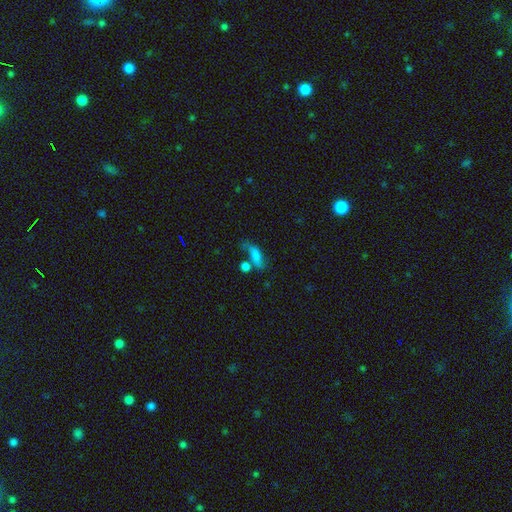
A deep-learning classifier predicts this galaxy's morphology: Smooth or featured? Predicted: smooth (p=0.67). How rounded? Predicted: in between (p=0.63). Merging? Predicted: none (p=0.36).